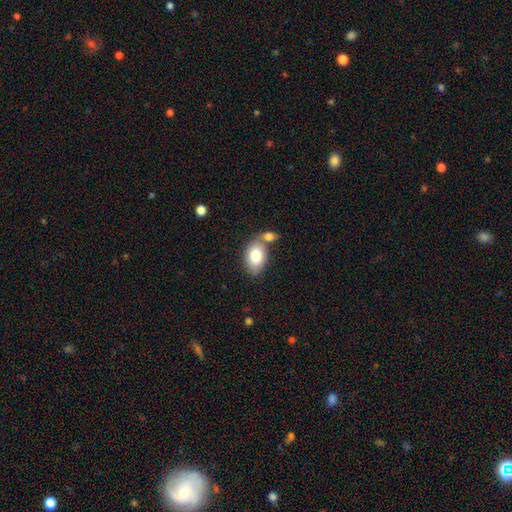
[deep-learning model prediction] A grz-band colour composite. It shows a smooth galaxy with no disk features (78%) that is in between round and cigar-shaped (88%). Merging: none (48%).